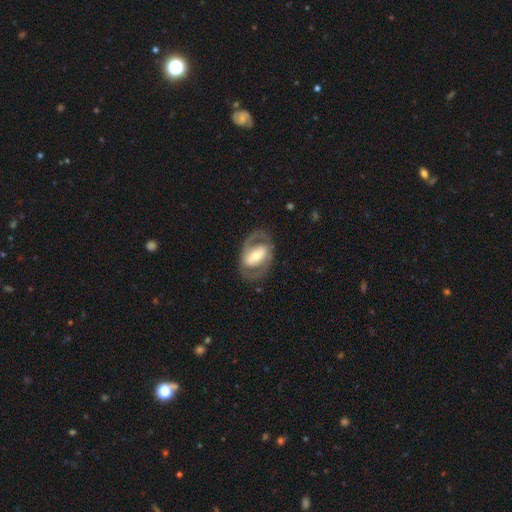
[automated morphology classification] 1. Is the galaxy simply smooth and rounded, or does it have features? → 75% featured or disk, 20% smooth, 5% star or artifact.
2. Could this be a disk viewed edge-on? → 94% no, 6% yes.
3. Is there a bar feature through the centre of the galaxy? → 56% strong, 27% weak, 17% no.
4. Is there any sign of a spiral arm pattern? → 70% yes, 30% no.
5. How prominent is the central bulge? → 52% moderate, 29% small, 16% large, 2% dominant, 2% none.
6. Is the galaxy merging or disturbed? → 74% none, 14% minor disturbance, 11% major disturbance, 1% merger.